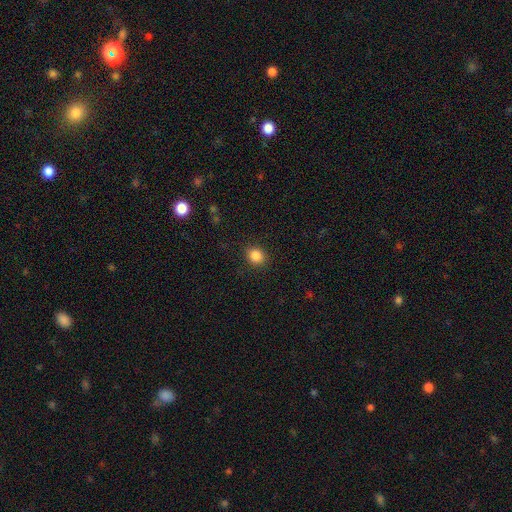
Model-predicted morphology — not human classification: Smooth or featured? smooth (86%)
How rounded? round (76%)
Merging? none (89%)